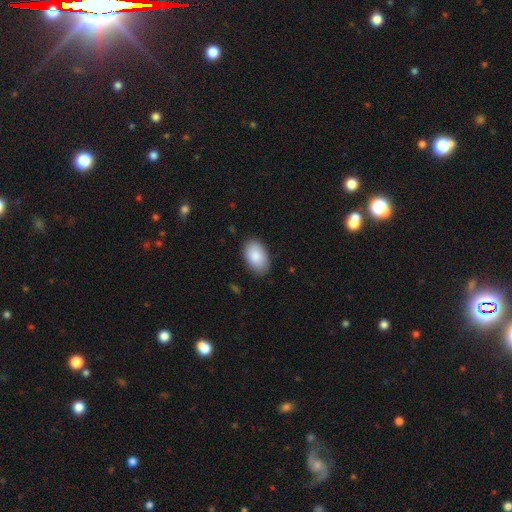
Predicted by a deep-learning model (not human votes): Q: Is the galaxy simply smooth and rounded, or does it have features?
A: smooth — 86%.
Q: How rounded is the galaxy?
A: in between — 93%.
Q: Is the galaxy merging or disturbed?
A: none — 84%.